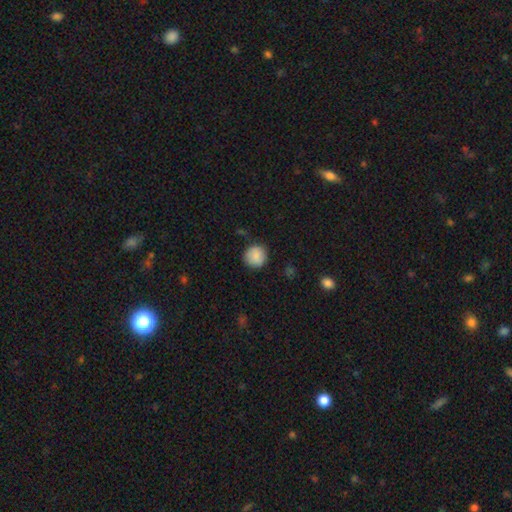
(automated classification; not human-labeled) The model was most divided on "merging": none: 87%, minor disturbance: 10%, major disturbance: 2%, merger: 1%. More confident: how rounded — round (93%); smooth or featured — smooth (87%).